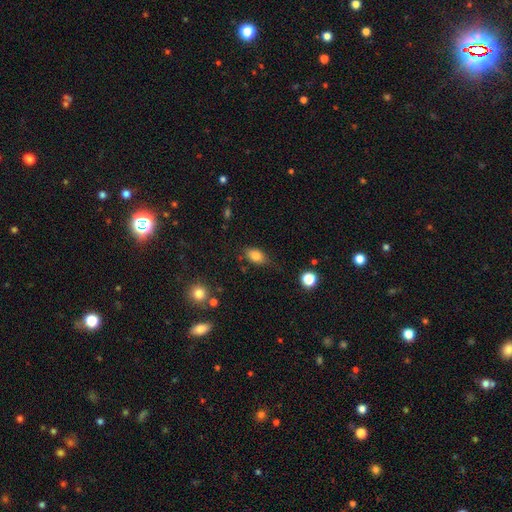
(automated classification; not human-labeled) A smooth galaxy with no disk features (81%) that is in between round and cigar-shaped (85%). Merging: none (72%).